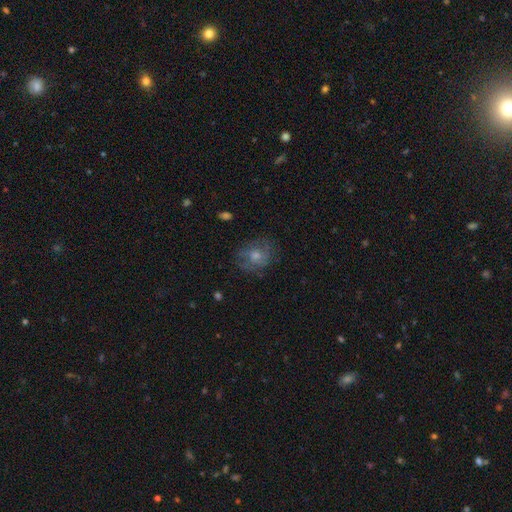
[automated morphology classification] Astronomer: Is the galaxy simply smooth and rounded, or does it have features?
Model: smooth — 43% (runner-up: featured or disk, 39%).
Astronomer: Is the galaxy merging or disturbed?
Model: none — 75%.